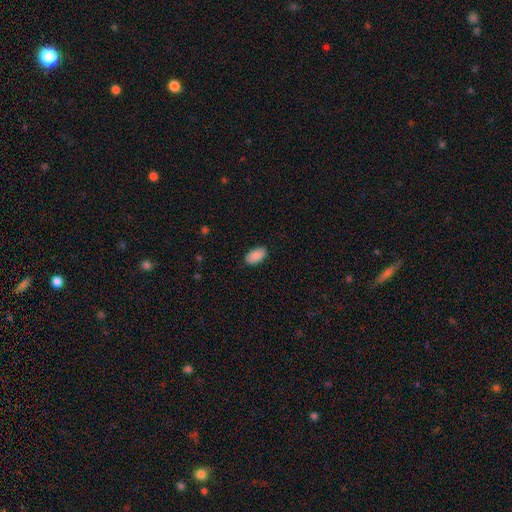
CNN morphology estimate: smooth_or_featured: smooth (p=0.91) [alt: star or artifact p=0.06]
how_rounded: in between (p=0.95) [alt: round p=0.03]
merging: none (p=0.88) [alt: minor disturbance p=0.09]